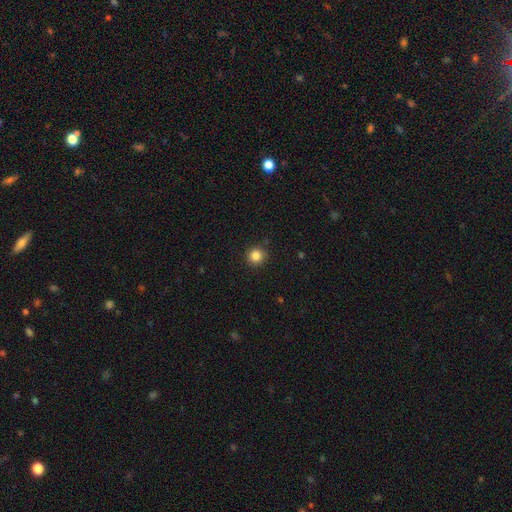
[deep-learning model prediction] smooth_or_featured: smooth (p=0.85) [alt: star or artifact p=0.11]
how_rounded: round (p=0.93) [alt: in between p=0.06]
merging: none (p=0.88) [alt: minor disturbance p=0.09]